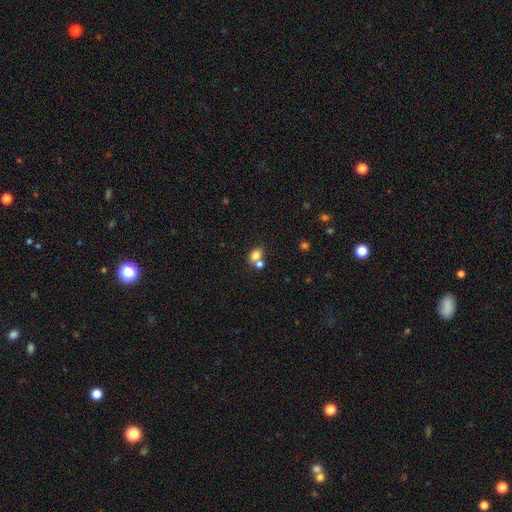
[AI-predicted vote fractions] Smooth or featured: smooth — 78% (star or artifact — 11%)
How rounded: in between — 67% (round — 32%)
Merging: merger — 47% (none — 40%)